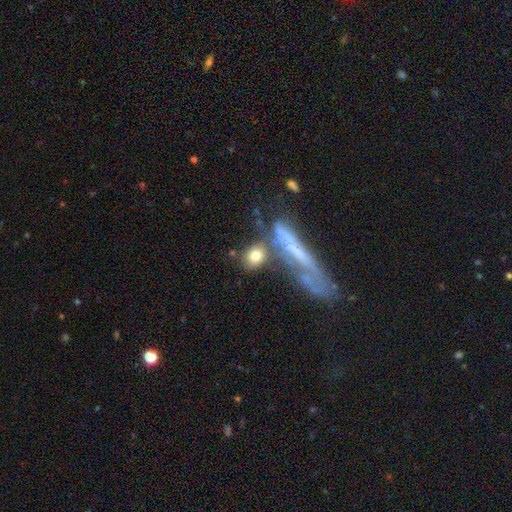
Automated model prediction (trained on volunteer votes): This appears to be a smooth galaxy with no disk features (76%) that is round (51%). Merging: none (62%).